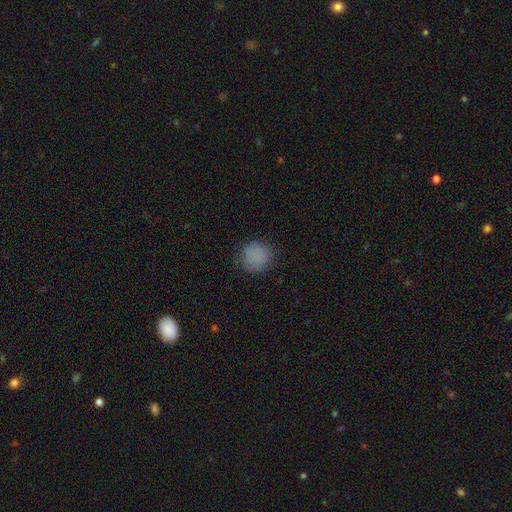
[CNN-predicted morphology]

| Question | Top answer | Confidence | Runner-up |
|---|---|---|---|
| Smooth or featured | smooth | 82% | star or artifact (11%) |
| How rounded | round | 88% | in between (11%) |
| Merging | none | 76% | minor disturbance (17%) |